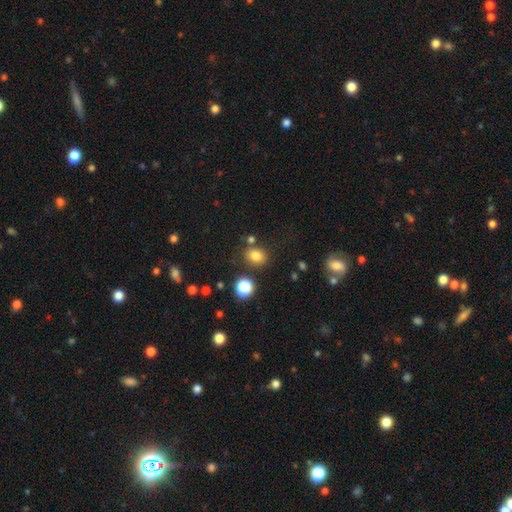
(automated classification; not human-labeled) Smooth or featured? Predicted: smooth (p=0.79). How rounded? Predicted: round (p=0.56). Merging? Predicted: none (p=0.77).